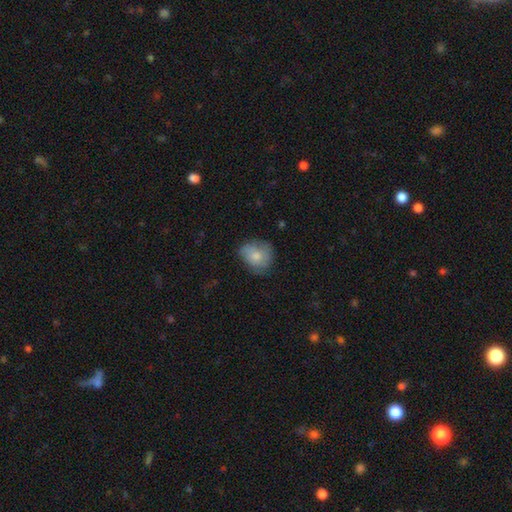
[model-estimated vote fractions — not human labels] Smooth or featured?
  - smooth: 71% *
  - featured or disk: 22%
  - star or artifact: 7%
How rounded?
  - round: 57% *
  - in between: 42%
  - cigar-shaped: 1%
Merging?
  - none: 55% *
  - minor disturbance: 32%
  - major disturbance: 11%
  - merger: 2%